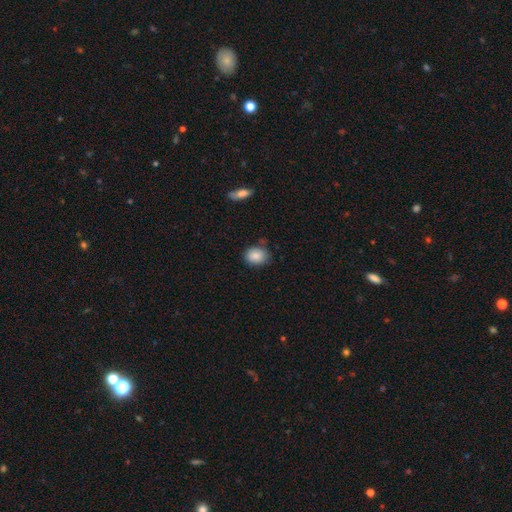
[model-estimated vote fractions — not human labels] A smooth galaxy with no disk features (85%) that is in between round and cigar-shaped (50%). Merging: none (73%).